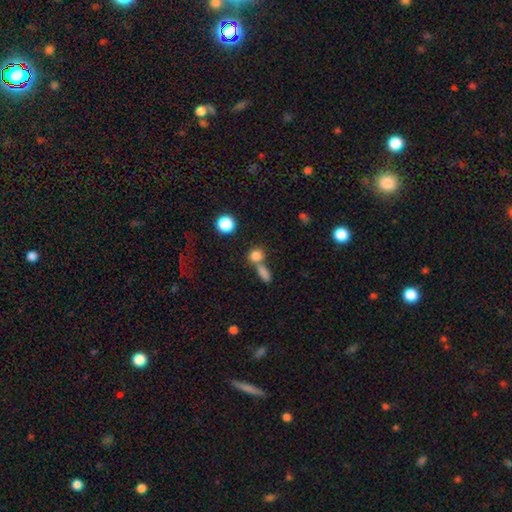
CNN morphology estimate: Q: Smooth or featured?
A: smooth (81%); runner-up: star or artifact (12%)
Q: How rounded?
A: round (71%); runner-up: in between (25%)
Q: Merging?
A: none (48%); runner-up: merger (40%)